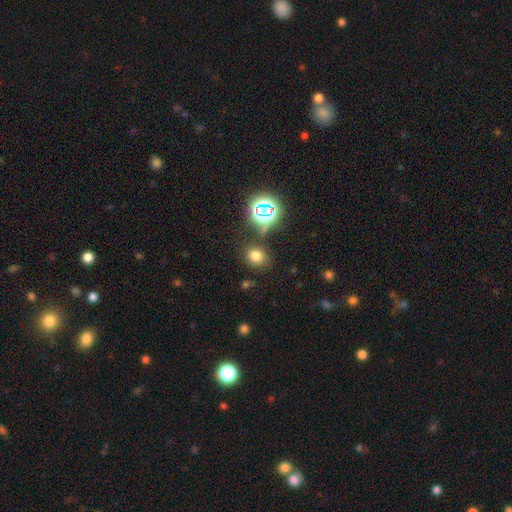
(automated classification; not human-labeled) smooth_or_featured: smooth (p=0.69) [alt: star or artifact p=0.24]
how_rounded: round (p=0.71) [alt: in between p=0.28]
merging: none (p=0.80) [alt: minor disturbance p=0.11]